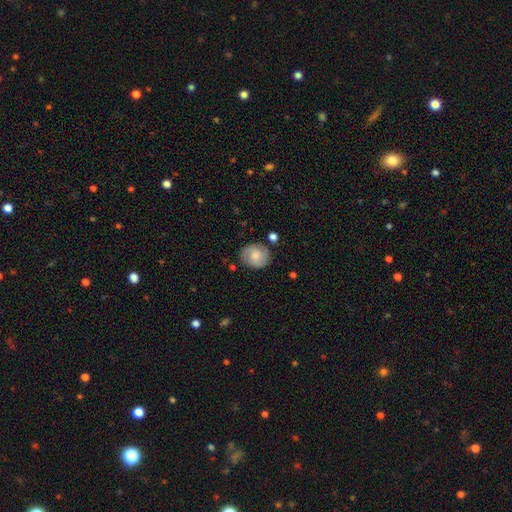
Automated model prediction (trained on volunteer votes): Smooth or featured?
  - smooth: 49% *
  - featured or disk: 43%
  - star or artifact: 8%
Merging?
  - none: 78% *
  - minor disturbance: 15%
  - major disturbance: 4%
  - merger: 4%